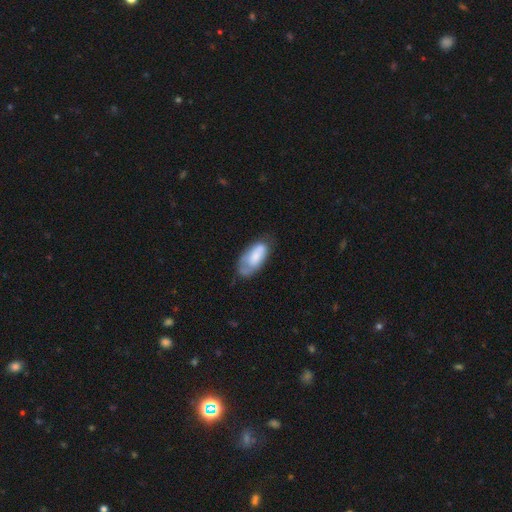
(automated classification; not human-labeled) Smooth or featured?
  - smooth: 66% *
  - featured or disk: 28%
  - star or artifact: 7%
How rounded?
  - in between: 90% *
  - cigar-shaped: 7%
  - round: 2%
Merging?
  - none: 46% *
  - minor disturbance: 33%
  - major disturbance: 17%
  - merger: 5%